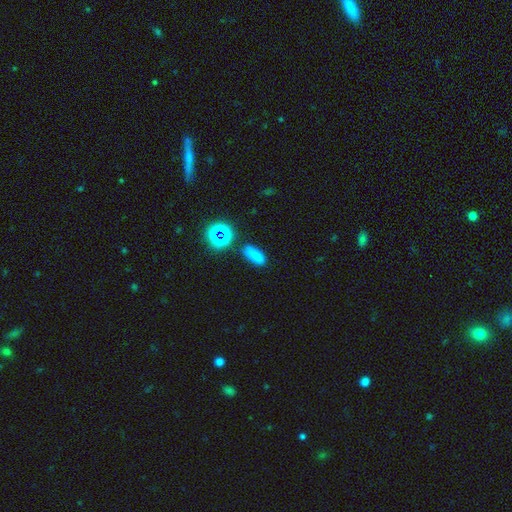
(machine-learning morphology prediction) smooth-or-featured: smooth: 72% | star or artifact: 19% | featured or disk: 9%
  how-rounded: in between: 73% | cigar-shaped: 17% | round: 9%
  merging: none: 68% | minor disturbance: 17% | merger: 9% | major disturbance: 5%